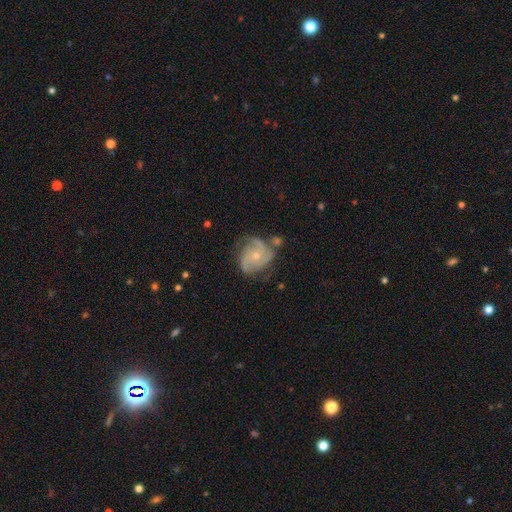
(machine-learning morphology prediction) Overall: featured or disk (82%). Edge-on disk: no (98%). Bar: no (73%). Spiral arms: yes (95%). Spiral arm count: 3 (45%; 2 32%). Spiral winding: medium (47%; tight 38%). Bulge size: small (65%; moderate 31%). Merging: none (57%; minor disturbance 25%).